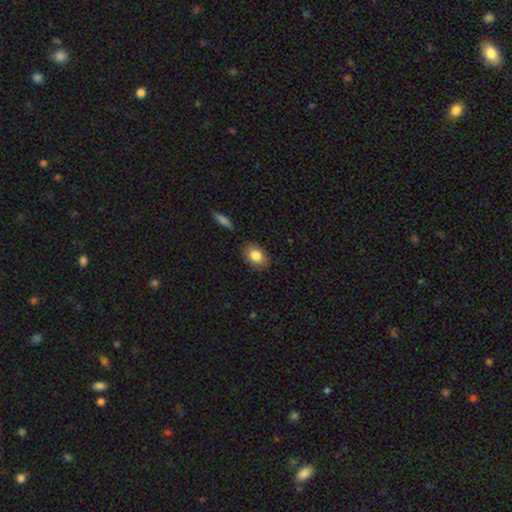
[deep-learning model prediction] smooth 83%, featured or disk 9%, star or artifact 8%. Down the decision tree: how rounded — in between (79%); merging — none (84%).